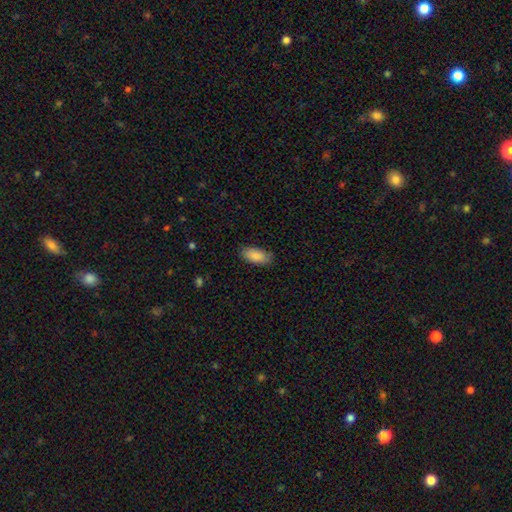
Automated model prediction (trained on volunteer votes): A smooth galaxy with no disk features (88%) that is in between round and cigar-shaped (89%). Merging: none (82%).